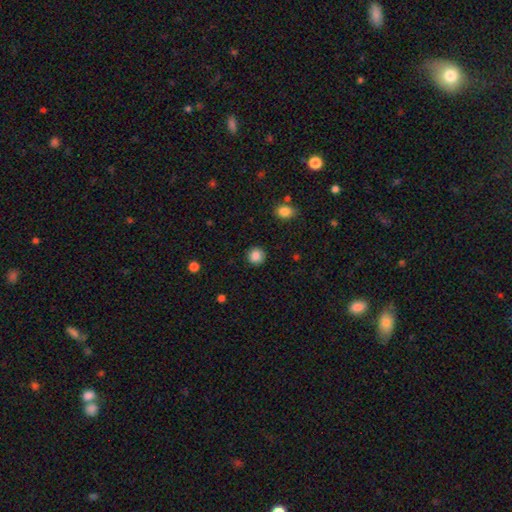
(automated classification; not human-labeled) Smooth or featured: smooth — 86% (star or artifact — 9%)
How rounded: round — 93% (in between — 6%)
Merging: none — 91% (minor disturbance — 6%)